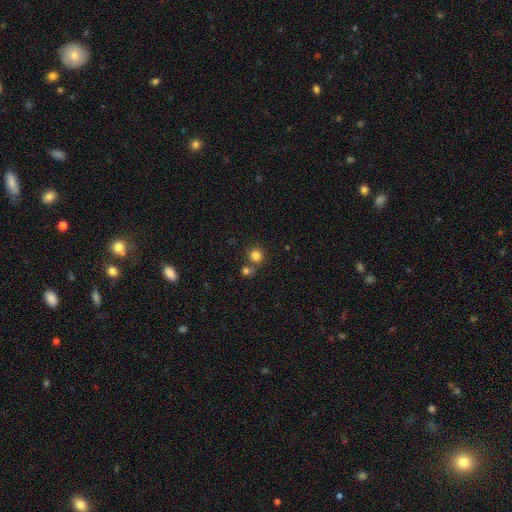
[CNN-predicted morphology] Q: Smooth or featured?
A: smooth (82%); runner-up: star or artifact (12%)
Q: How rounded?
A: round (89%); runner-up: in between (10%)
Q: Merging?
A: none (67%); runner-up: merger (22%)